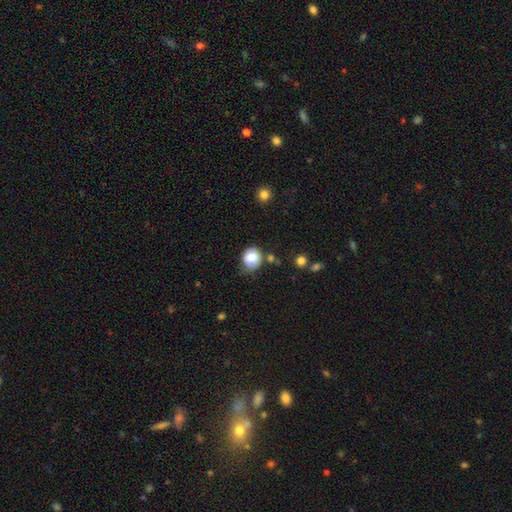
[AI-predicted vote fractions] smooth 76%, star or artifact 12%, featured or disk 12%. Down the decision tree: how rounded — round (79%); merging — none (72%).